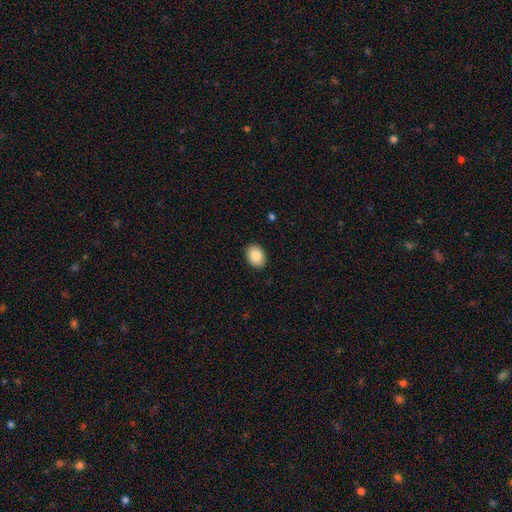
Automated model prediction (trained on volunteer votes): smooth_or_featured: smooth (p=0.86) [alt: star or artifact p=0.07]
how_rounded: in between (p=0.71) [alt: round p=0.28]
merging: none (p=0.90) [alt: minor disturbance p=0.08]